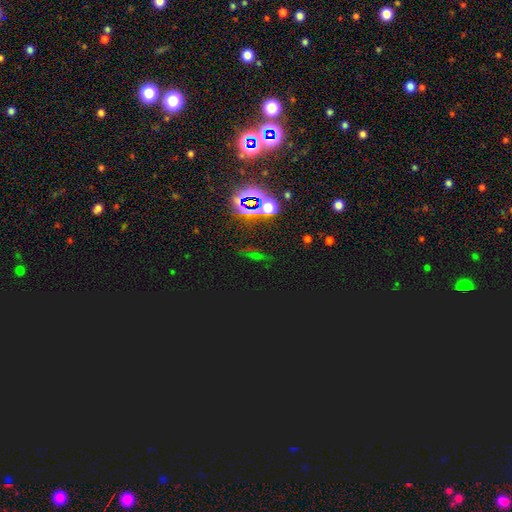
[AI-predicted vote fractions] Morphology: type=star or artifact (68%).